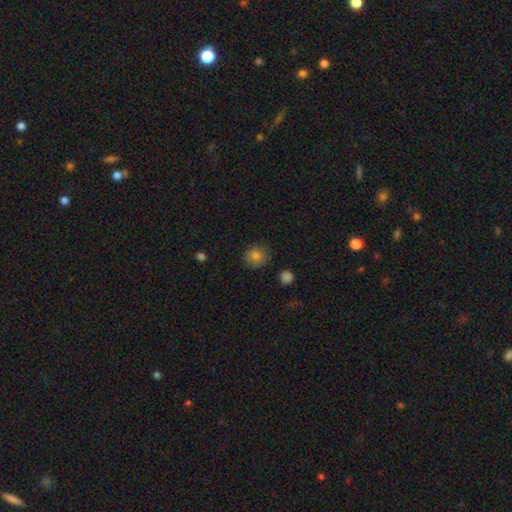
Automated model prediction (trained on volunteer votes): This is clearly a smooth galaxy (82%). How rounded: clearly round (88%). Merging: clearly none (85%).